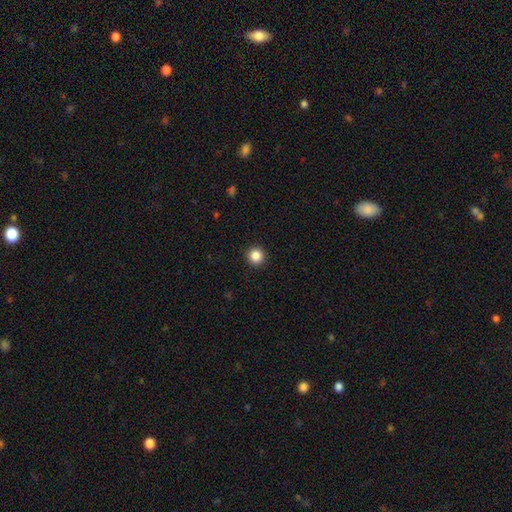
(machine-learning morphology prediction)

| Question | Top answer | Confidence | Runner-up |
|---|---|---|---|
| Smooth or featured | smooth | 86% | star or artifact (11%) |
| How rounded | round | 94% | in between (5%) |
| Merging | none | 93% | minor disturbance (4%) |